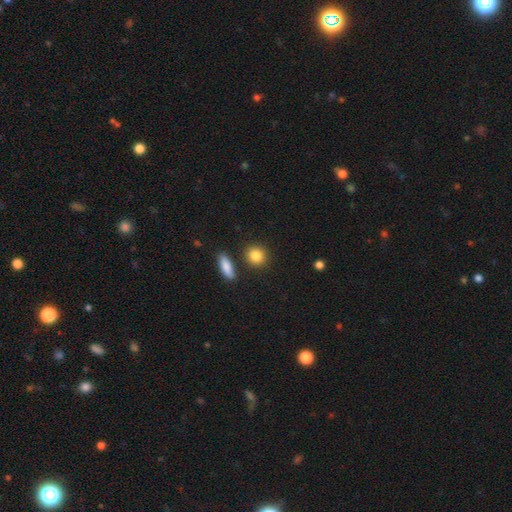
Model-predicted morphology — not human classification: Overall: smooth (87%). How rounded: round (77%). Merging: none (84%).